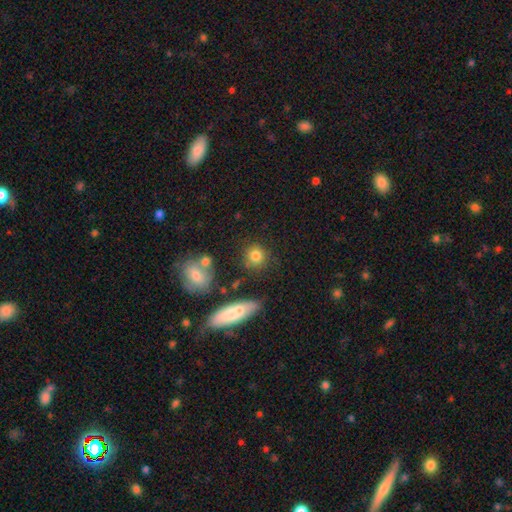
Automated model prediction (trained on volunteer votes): A smooth galaxy with no disk features (81%) that is round (83%). Merging: none (76%).